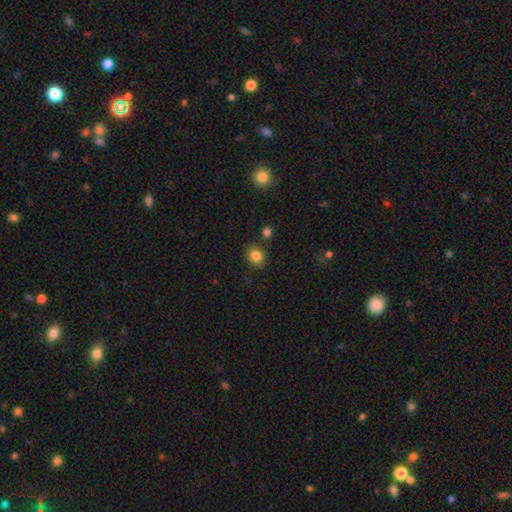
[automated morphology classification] Overall: smooth (84%). How rounded: round (57%; in between 42%). Merging: none (80%).